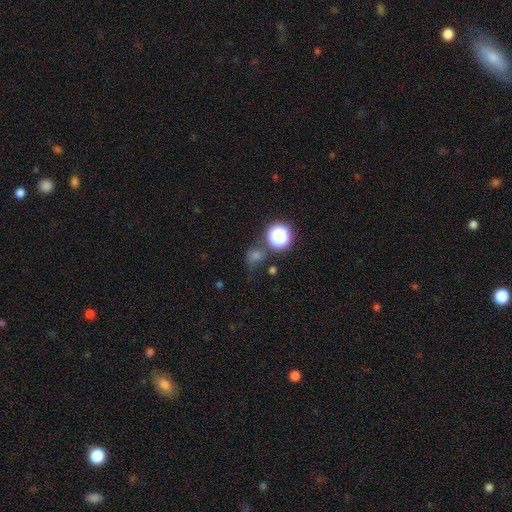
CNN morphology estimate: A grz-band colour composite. It shows a smooth galaxy with no disk features (47%). Merging: none (67%).